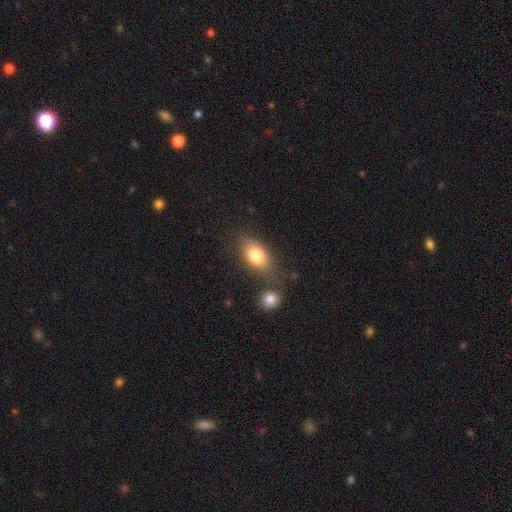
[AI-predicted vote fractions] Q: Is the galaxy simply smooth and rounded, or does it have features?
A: smooth — 79%.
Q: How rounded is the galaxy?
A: in between — 84%.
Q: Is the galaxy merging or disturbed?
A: none — 60%.